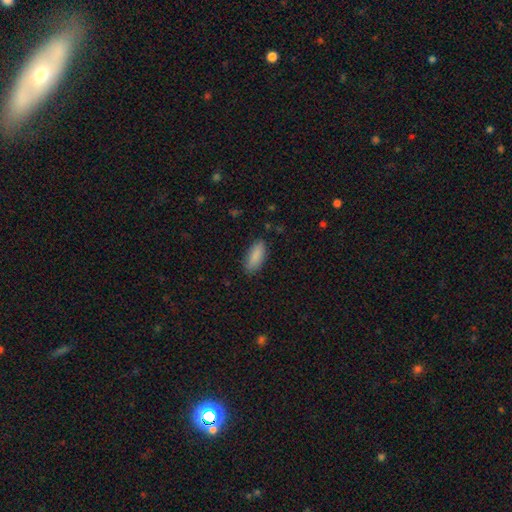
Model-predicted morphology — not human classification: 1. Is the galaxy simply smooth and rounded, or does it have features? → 88% smooth, 7% star or artifact, 5% featured or disk.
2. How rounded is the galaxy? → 78% in between, 20% cigar-shaped, 2% round.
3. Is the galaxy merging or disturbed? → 84% none, 12% minor disturbance, 2% major disturbance, 1% merger.